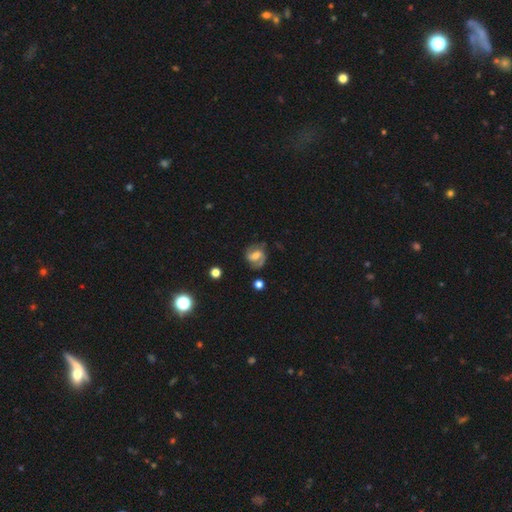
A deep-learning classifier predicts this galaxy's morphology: smooth-or-featured: featured or disk: 81% | smooth: 13% | star or artifact: 7%
  disk-edge-on: no: 98% | yes: 2%
    bar: weak: 50% | strong: 27% | no: 23%
    has-spiral-arms: yes: 96% | no: 4%
      spiral-winding: medium: 54% | tight: 28% | loose: 18%
      spiral-arm-count: 2: 91% | can't tell: 4% | 1: 2% | 3: 2% | 4: 1% | more than 4: 1%
    bulge-size: moderate: 53% | small: 26% | large: 12% | none: 7% | dominant: 2%
  merging: none: 77% | minor disturbance: 15% | major disturbance: 5% | merger: 2%